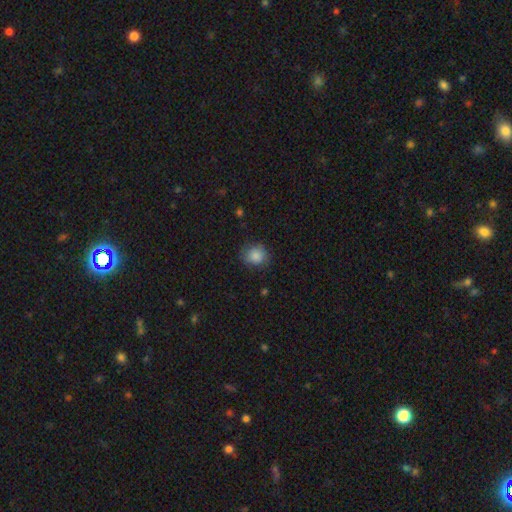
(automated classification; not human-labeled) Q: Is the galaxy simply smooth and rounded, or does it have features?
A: smooth — 86%.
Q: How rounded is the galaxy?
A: round — 82%.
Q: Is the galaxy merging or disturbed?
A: none — 78%.